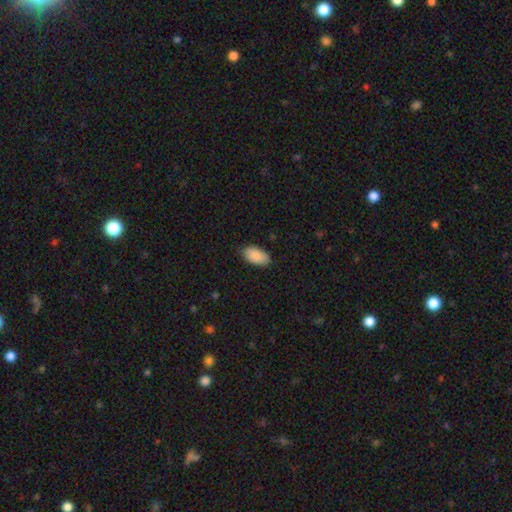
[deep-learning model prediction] The model was most divided on "merging": none: 85%, minor disturbance: 12%, major disturbance: 2%, merger: 1%. More confident: how rounded — in between (95%); smooth or featured — smooth (89%).